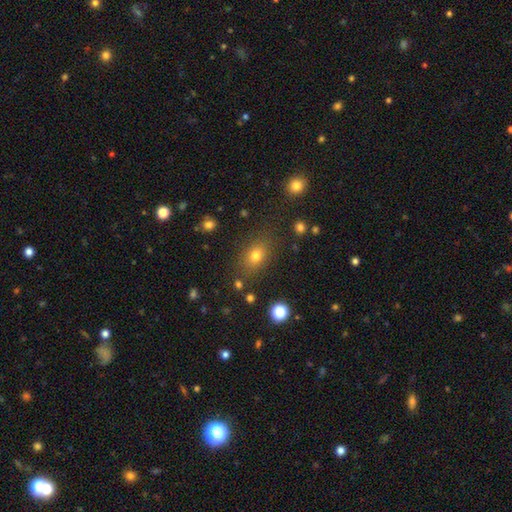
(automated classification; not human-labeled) A smooth galaxy with no disk features (74%) that is in between round and cigar-shaped (67%).

Vote fractions:
- Smooth or featured? smooth: 74% / star or artifact: 16% / featured or disk: 10%
- How rounded? in between: 67% / round: 31% / cigar-shaped: 2%
- Merging? none: 81% / minor disturbance: 11% / major disturbance: 4% / merger: 3%